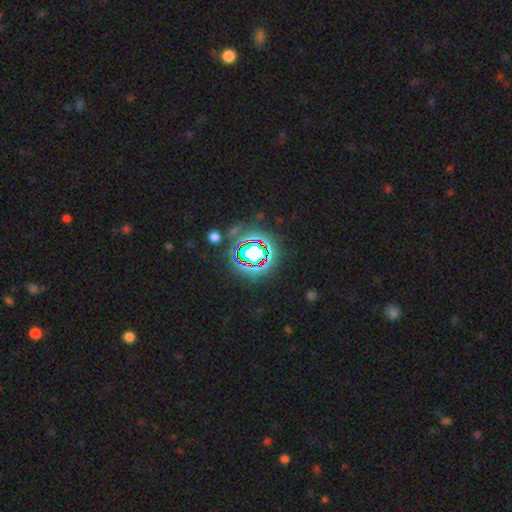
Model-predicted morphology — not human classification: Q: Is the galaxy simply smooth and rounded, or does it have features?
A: star or artifact — 76%.